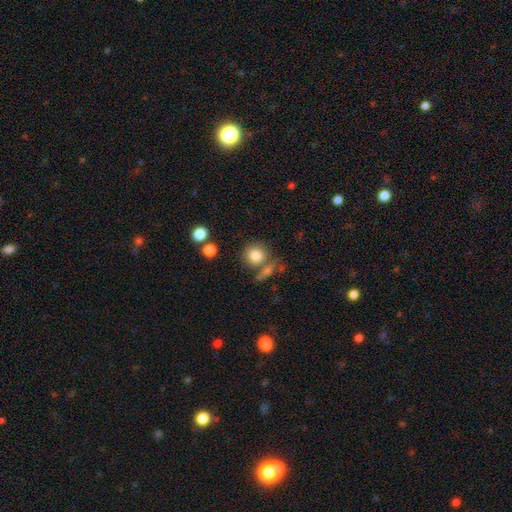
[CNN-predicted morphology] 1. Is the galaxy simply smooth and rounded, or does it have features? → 81% smooth, 10% star or artifact, 9% featured or disk.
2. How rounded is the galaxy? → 86% round, 13% in between, 1% cigar-shaped.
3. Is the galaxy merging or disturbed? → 65% none, 19% merger, 12% minor disturbance, 5% major disturbance.